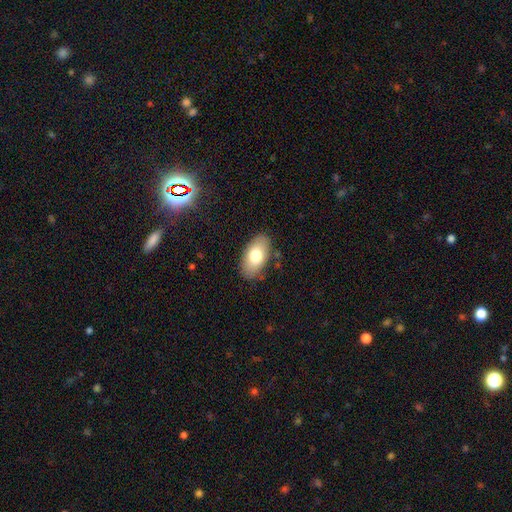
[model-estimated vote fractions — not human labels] smooth_or_featured: smooth (p=0.75) [alt: featured or disk p=0.18]
how_rounded: in between (p=0.93) [alt: round p=0.04]
merging: none (p=0.84) [alt: minor disturbance p=0.12]